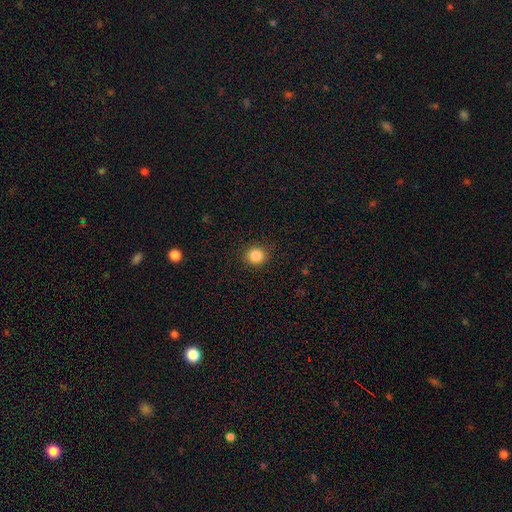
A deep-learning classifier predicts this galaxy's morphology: Overall: smooth (85%). How rounded: round (88%). Merging: none (91%).